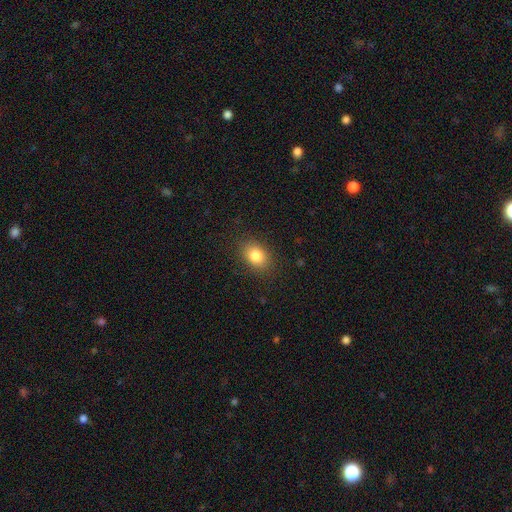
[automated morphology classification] Smooth or featured? Predicted: smooth (p=0.82). How rounded? Predicted: in between (p=0.70). Merging? Predicted: none (p=0.87).